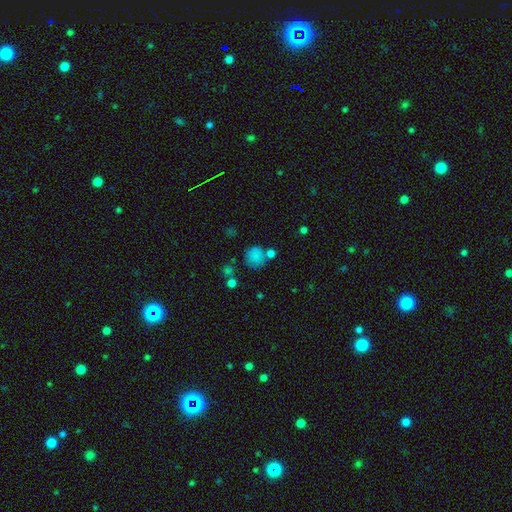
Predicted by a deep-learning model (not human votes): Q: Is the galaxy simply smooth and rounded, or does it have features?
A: smooth — 80%.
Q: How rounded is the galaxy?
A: round — 86%.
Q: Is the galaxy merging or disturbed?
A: none — 66%.